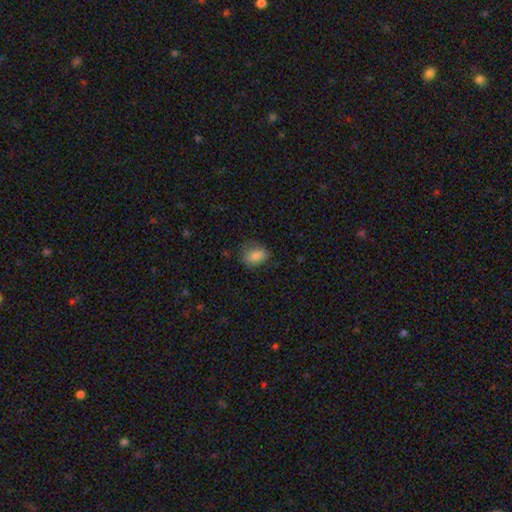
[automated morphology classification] The model was most divided on "how rounded": in between: 70%, round: 28%, cigar-shaped: 2%. More confident: smooth or featured — smooth (81%); merging — none (72%).